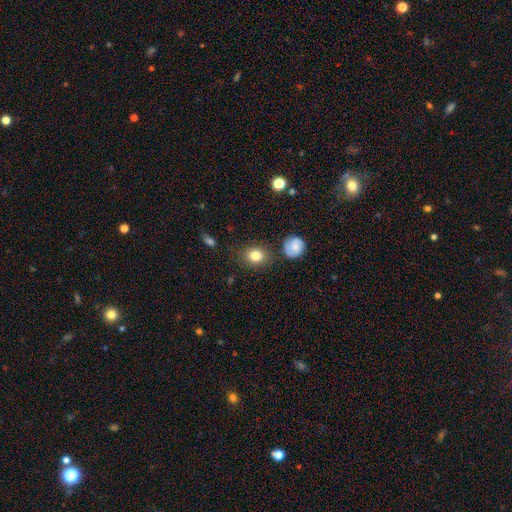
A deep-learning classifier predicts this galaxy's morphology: The model was most divided on "how rounded": round: 66%, in between: 33%, cigar-shaped: 1%. More confident: smooth or featured — smooth (82%); merging — none (81%).